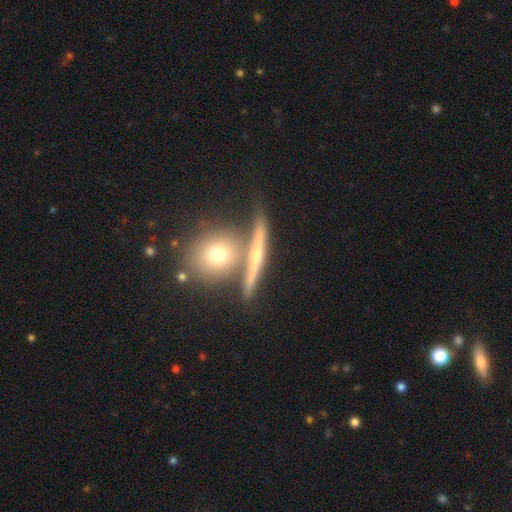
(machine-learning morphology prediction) A featured or disk galaxy (56%) viewed edge-on (89%).

Vote fractions:
- Smooth or featured? featured or disk: 56% / smooth: 35% / star or artifact: 9%
- Edge-on disk? yes: 89% / no: 11%
- Merging? none: 69% / merger: 17% / minor disturbance: 10% / major disturbance: 4%